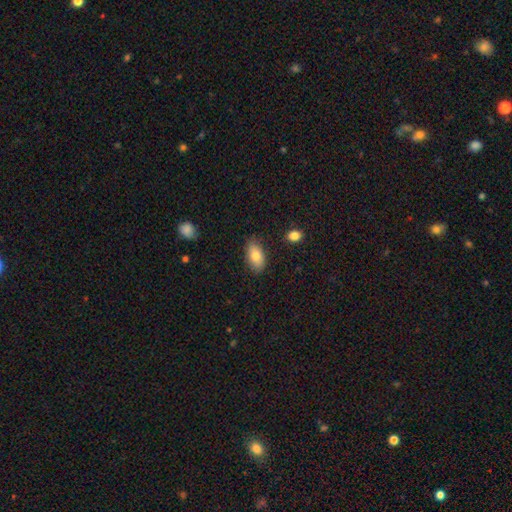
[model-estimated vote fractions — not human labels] A smooth galaxy with no disk features (80%) that is in between round and cigar-shaped (92%).

Vote fractions:
- Smooth or featured? smooth: 80% / featured or disk: 13% / star or artifact: 7%
- How rounded? in between: 92% / round: 5% / cigar-shaped: 3%
- Merging? none: 84% / minor disturbance: 12% / major disturbance: 2% / merger: 2%